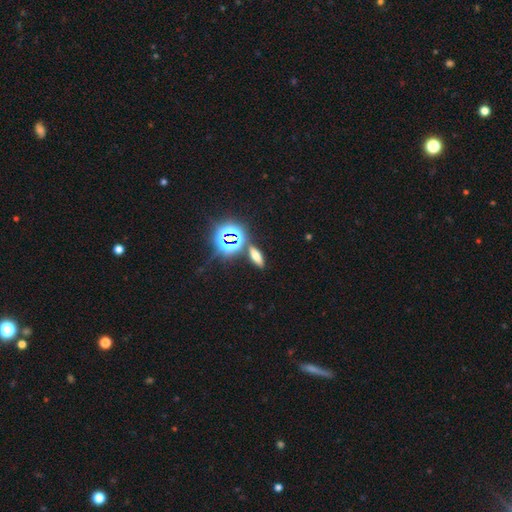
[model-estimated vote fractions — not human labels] smooth 54%, star or artifact 32%, featured or disk 14%. Down the decision tree: how rounded — in between (53%); merging — none (81%).